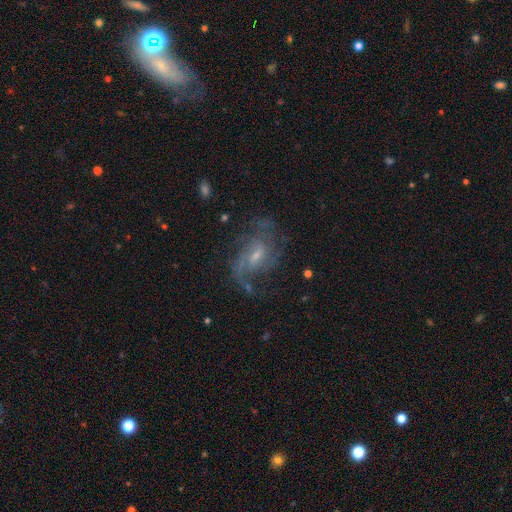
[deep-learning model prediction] Morphology: type=featured or disk (82%); edge-on=no (97%); bar=weak (53%); spiral arms=yes (92%); winding=medium (46%); arm count=2 (46%); bulge=small (57%); merging=none (60%).